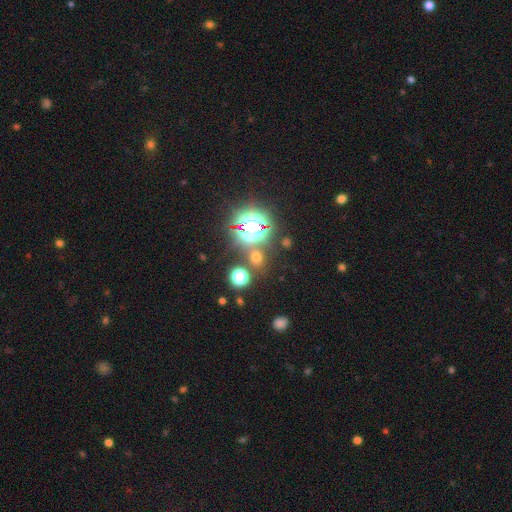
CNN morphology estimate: Smooth or featured?
  - star or artifact: 67% *
  - smooth: 26%
  - featured or disk: 8%